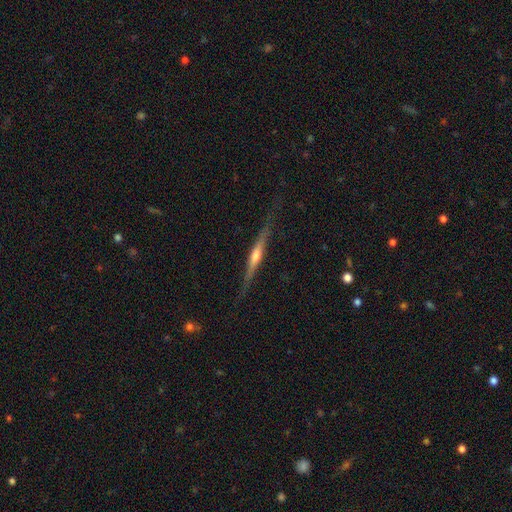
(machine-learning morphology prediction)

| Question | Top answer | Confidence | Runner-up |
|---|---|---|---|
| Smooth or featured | featured or disk | 74% | smooth (20%) |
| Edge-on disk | yes | 98% | no (2%) |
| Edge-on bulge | rounded | 77% | none (14%) |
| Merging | none | 82% | minor disturbance (14%) |